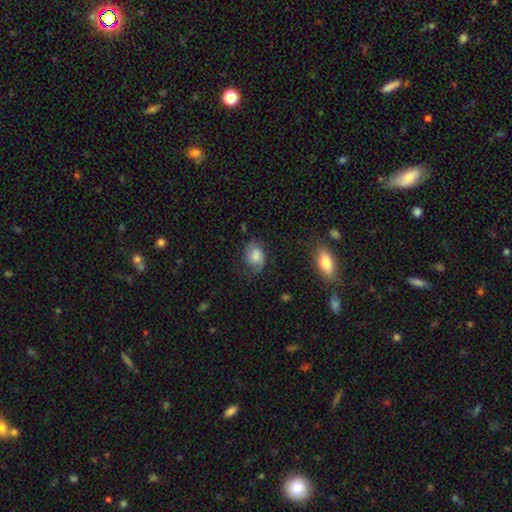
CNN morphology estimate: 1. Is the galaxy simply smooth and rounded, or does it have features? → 49% smooth, 41% featured or disk, 9% star or artifact.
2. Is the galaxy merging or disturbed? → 65% none, 23% minor disturbance, 10% major disturbance, 2% merger.